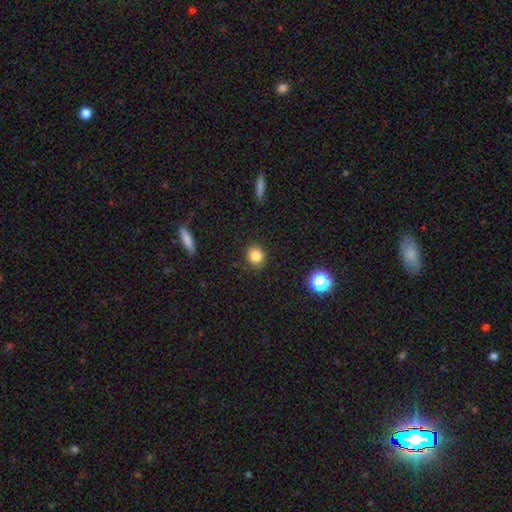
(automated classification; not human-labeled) The model was most divided on "how rounded": round: 70%, in between: 29%, cigar-shaped: 1%. More confident: merging — none (89%); smooth or featured — smooth (84%).